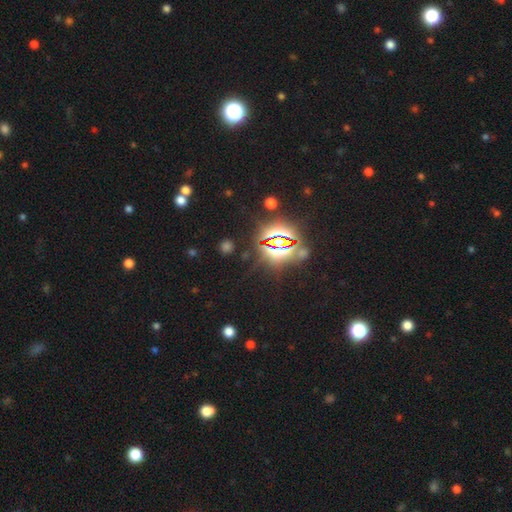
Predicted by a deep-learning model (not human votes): Smooth or featured? star or artifact (84%)